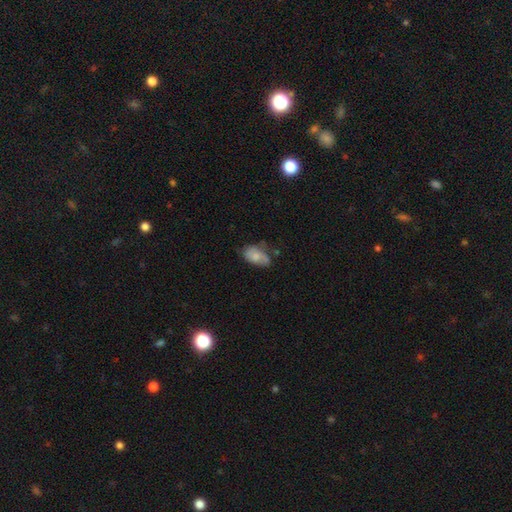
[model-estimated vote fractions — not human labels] This is likely a smooth galaxy (63%). How rounded: clearly in between (91%). Merging: possibly none (47%).